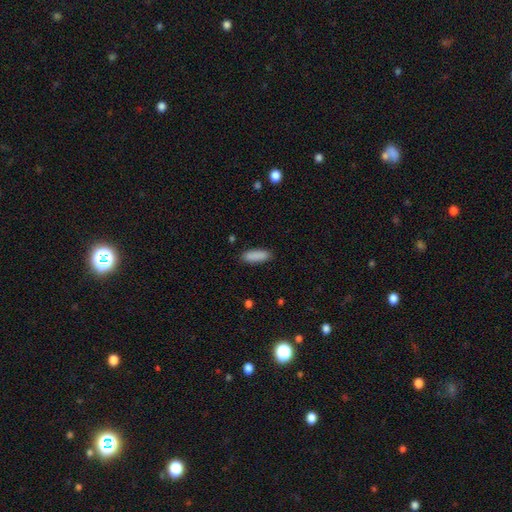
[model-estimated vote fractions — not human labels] Smooth or featured: smooth — 89% (star or artifact — 7%)
How rounded: in between — 59% (cigar-shaped — 39%)
Merging: none — 88% (minor disturbance — 9%)